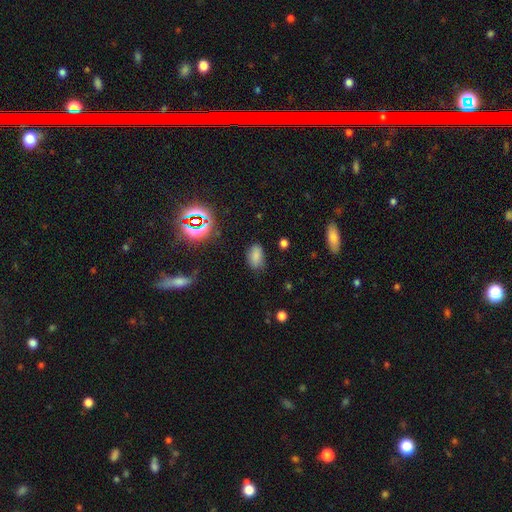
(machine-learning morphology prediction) type=smooth (78%); roundness=in between (90%); merging=none (75%).